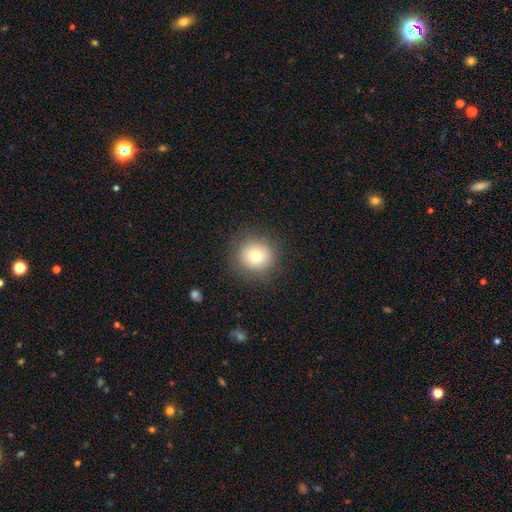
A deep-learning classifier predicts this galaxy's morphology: This is likely a smooth galaxy (75%). How rounded: clearly round (93%). Merging: clearly none (88%).